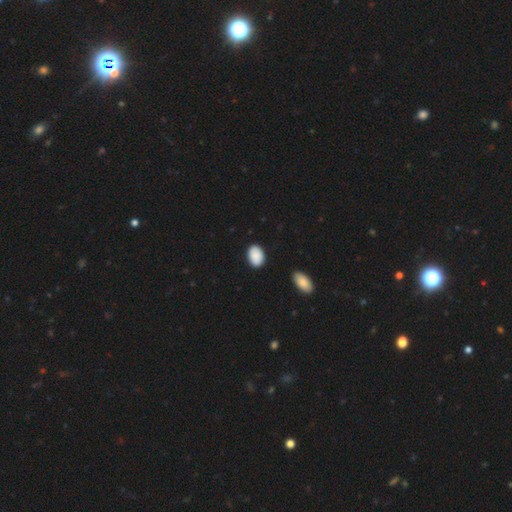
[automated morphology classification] Smooth or featured? Predicted: smooth (p=0.89). How rounded? Predicted: in between (p=0.85). Merging? Predicted: none (p=0.85).